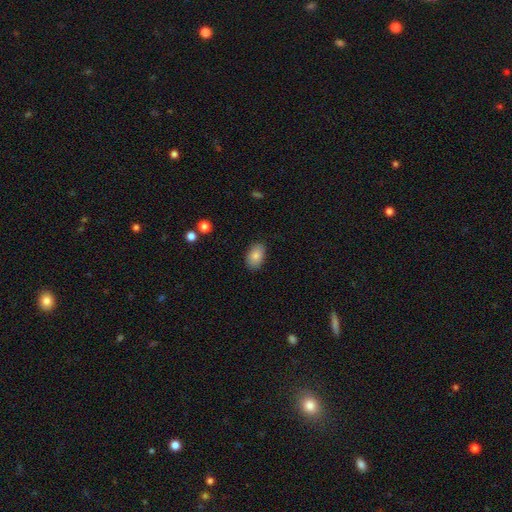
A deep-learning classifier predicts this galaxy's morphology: type=smooth (84%); roundness=in between (90%); merging=none (86%).